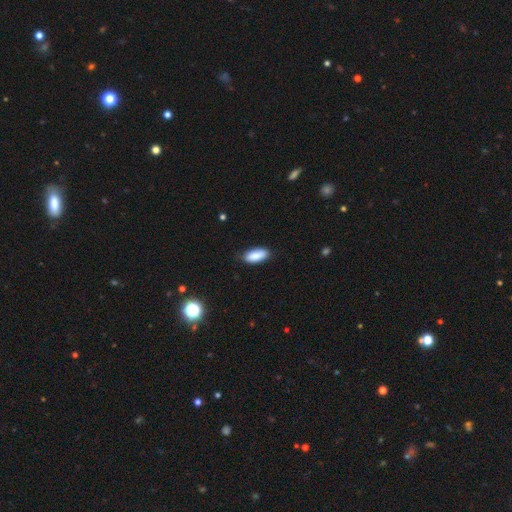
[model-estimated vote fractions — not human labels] A smooth galaxy with no disk features (88%) that is in between round and cigar-shaped (84%). Merging: none (83%).